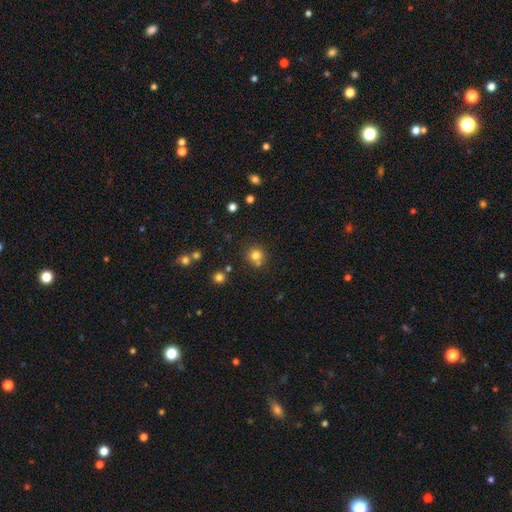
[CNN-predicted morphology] Smooth or featured? Predicted: smooth (p=0.77). How rounded? Predicted: round (p=0.90). Merging? Predicted: none (p=0.67).